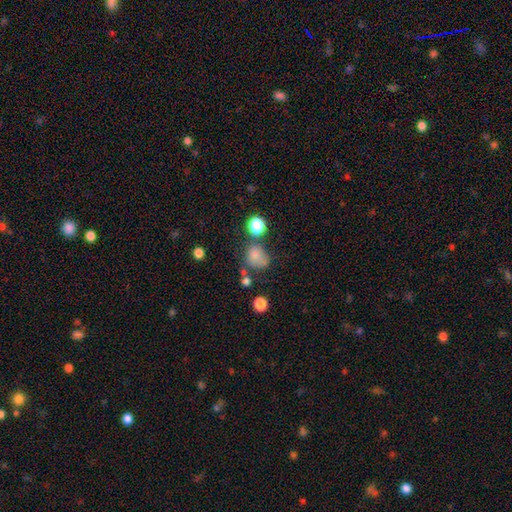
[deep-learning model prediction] This is likely a smooth galaxy (77%). How rounded: likely round (63%). Merging: possibly none (48%).